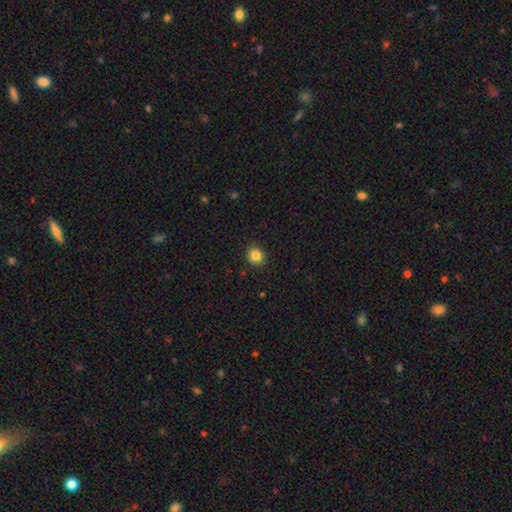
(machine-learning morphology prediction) The model was most divided on "how rounded": round: 83%, in between: 16%, cigar-shaped: 1%. More confident: merging — none (90%); smooth or featured — smooth (84%).